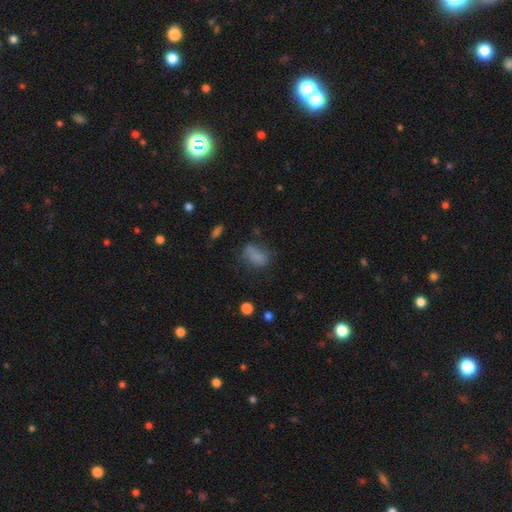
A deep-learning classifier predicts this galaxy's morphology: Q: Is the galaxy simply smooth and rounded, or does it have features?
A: smooth — 75%.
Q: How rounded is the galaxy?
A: in between — 84%.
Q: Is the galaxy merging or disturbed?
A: none — 48%.